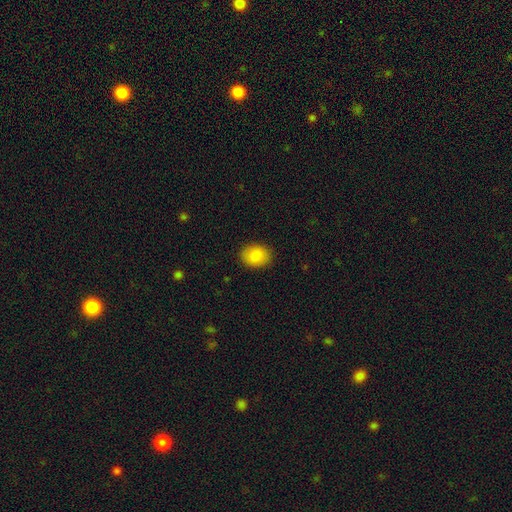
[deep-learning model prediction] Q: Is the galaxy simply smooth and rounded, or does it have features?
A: smooth — 87%.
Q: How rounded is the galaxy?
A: in between — 60%.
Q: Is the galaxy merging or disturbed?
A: none — 88%.